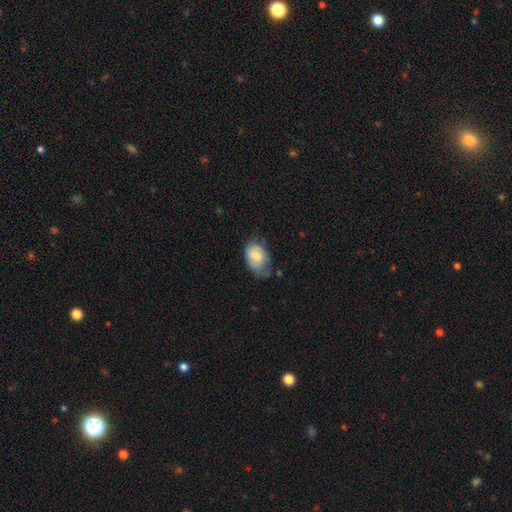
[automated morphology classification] A smooth galaxy with no disk features (71%) that is in between round and cigar-shaped (86%).

Vote fractions:
- Smooth or featured? smooth: 71% / featured or disk: 22% / star or artifact: 7%
- How rounded? in between: 86% / round: 13% / cigar-shaped: 1%
- Merging? none: 45% / minor disturbance: 39% / major disturbance: 14% / merger: 2%